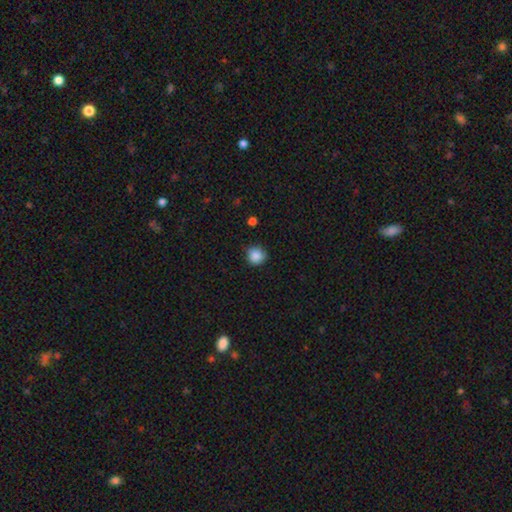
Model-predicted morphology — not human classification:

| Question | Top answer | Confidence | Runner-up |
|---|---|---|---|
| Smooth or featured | smooth | 87% | star or artifact (10%) |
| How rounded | round | 90% | in between (9%) |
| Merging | none | 85% | minor disturbance (12%) |